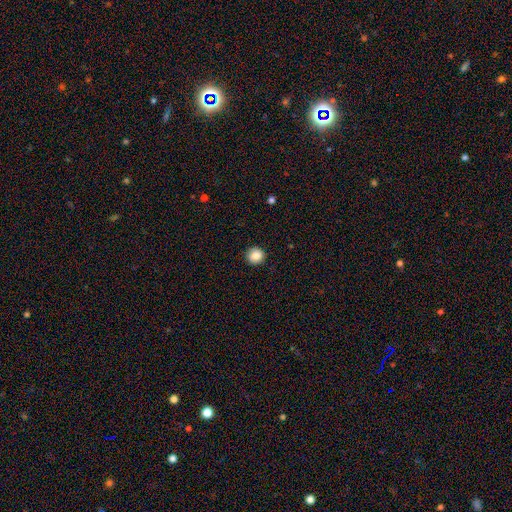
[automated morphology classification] Q: Smooth or featured?
A: smooth (87%); runner-up: star or artifact (9%)
Q: How rounded?
A: round (92%); runner-up: in between (8%)
Q: Merging?
A: none (91%); runner-up: minor disturbance (6%)